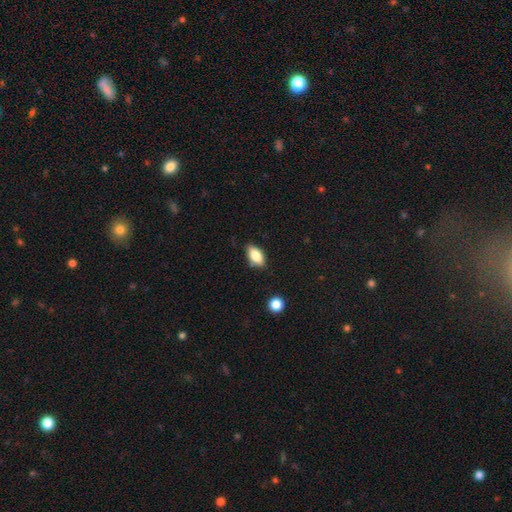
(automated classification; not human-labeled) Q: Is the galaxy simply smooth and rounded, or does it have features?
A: smooth — 83%.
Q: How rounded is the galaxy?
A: in between — 88%.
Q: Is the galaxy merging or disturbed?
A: none — 79%.